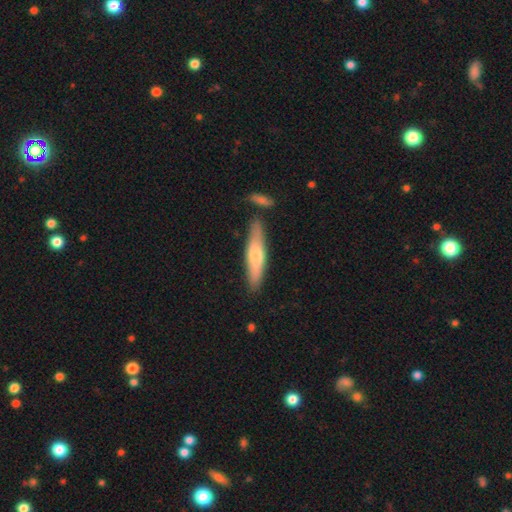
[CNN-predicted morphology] Smooth or featured: smooth — 53% (featured or disk — 41%)
How rounded: cigar-shaped — 81% (in between — 17%)
Merging: none — 78% (minor disturbance — 13%)